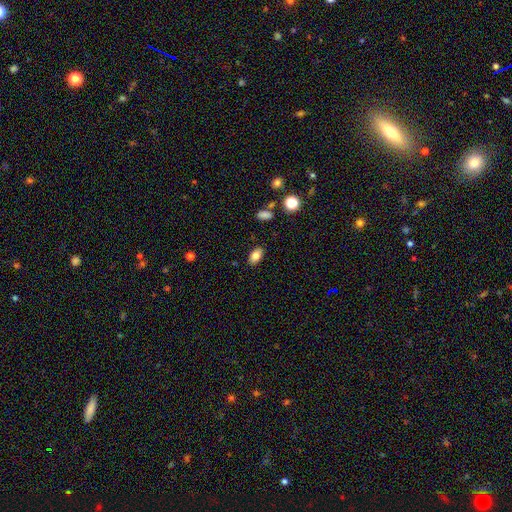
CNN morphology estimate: smooth_or_featured: smooth (p=0.80) [alt: featured or disk p=0.10]
how_rounded: in between (p=0.90) [alt: round p=0.07]
merging: none (p=0.86) [alt: minor disturbance p=0.10]